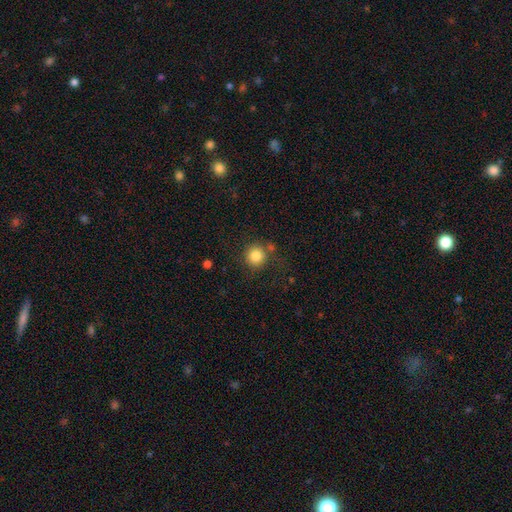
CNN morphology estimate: Smooth or featured: smooth — 83% (star or artifact — 11%)
How rounded: round — 93% (in between — 6%)
Merging: none — 78% (minor disturbance — 11%)